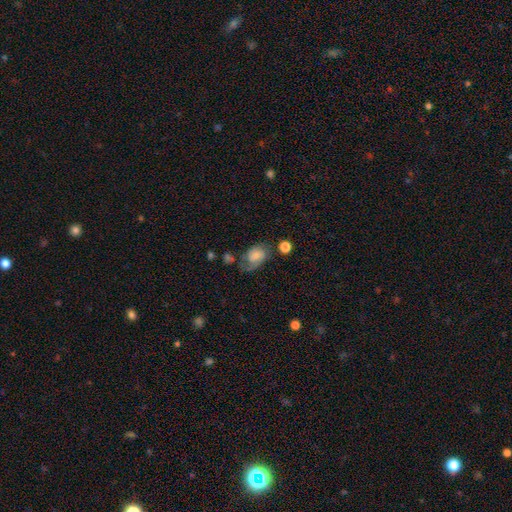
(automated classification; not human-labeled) Q: Smooth or featured?
A: smooth (52%); runner-up: featured or disk (38%)
Q: How rounded?
A: in between (79%); runner-up: round (19%)
Q: Merging?
A: none (40%); runner-up: minor disturbance (26%)